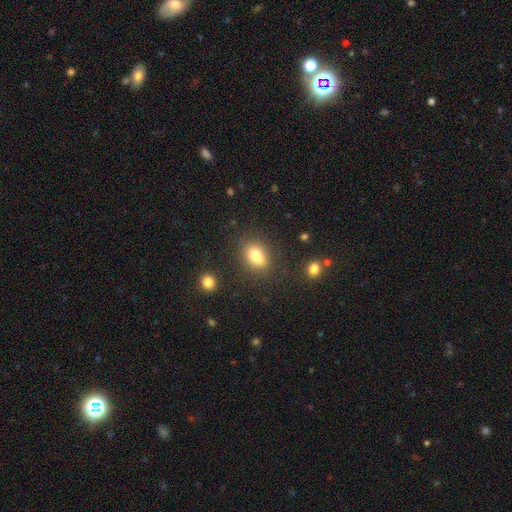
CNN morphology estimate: Smooth or featured?
  - smooth: 79% *
  - featured or disk: 11%
  - star or artifact: 11%
How rounded?
  - in between: 69% *
  - round: 29%
  - cigar-shaped: 2%
Merging?
  - none: 72% *
  - minor disturbance: 15%
  - merger: 7%
  - major disturbance: 5%